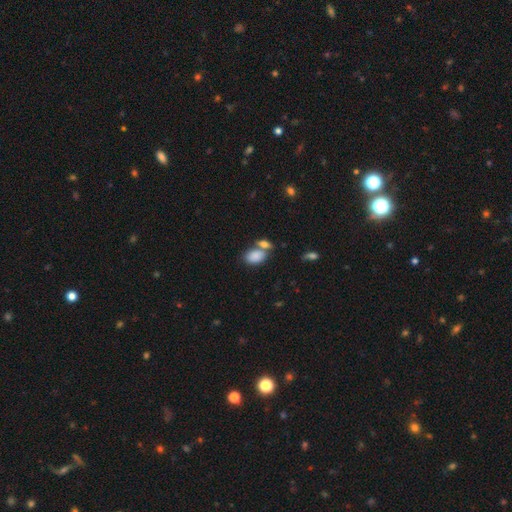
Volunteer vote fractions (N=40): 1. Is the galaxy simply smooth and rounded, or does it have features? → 82% smooth, 10% featured or disk, 8% star or artifact.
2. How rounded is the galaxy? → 79% in between, 21% round, 0% cigar-shaped.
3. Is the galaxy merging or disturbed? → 57% none, 35% merger, 5% minor disturbance, 3% major disturbance.